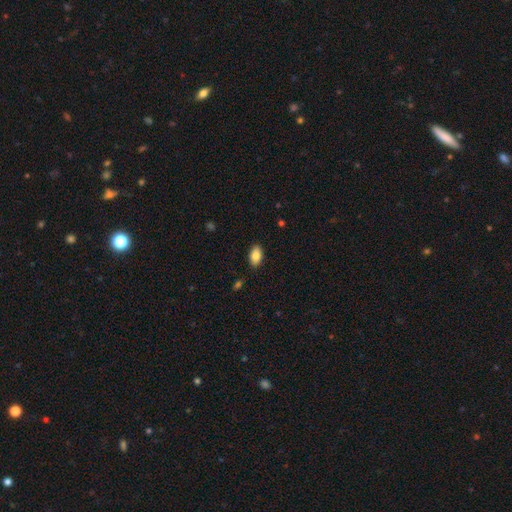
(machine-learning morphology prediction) The model was most divided on "smooth or featured": smooth: 85%, featured or disk: 8%, star or artifact: 7%. More confident: how rounded — in between (93%); merging — none (88%).